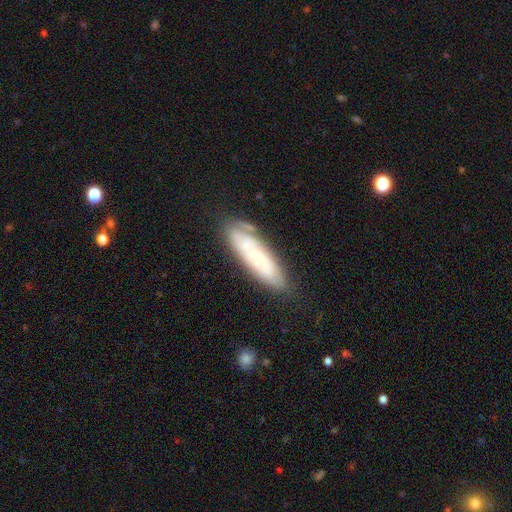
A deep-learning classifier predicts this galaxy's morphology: Smooth or featured? featured or disk (56%)
Edge-on disk? no (74%)
Merging? none (73%)